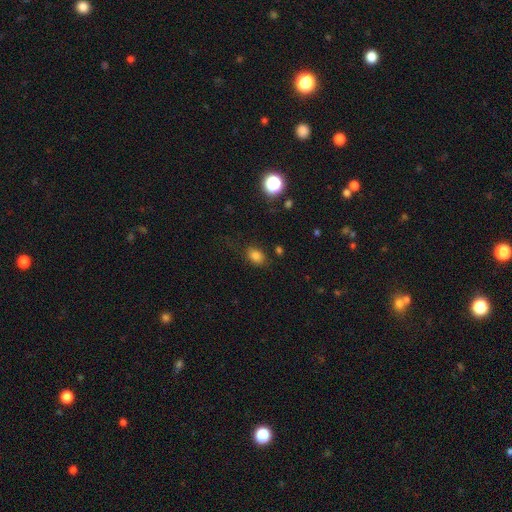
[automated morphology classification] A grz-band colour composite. It shows a smooth galaxy with no disk features (80%) that is in between round and cigar-shaped (67%). Merging: none (77%).